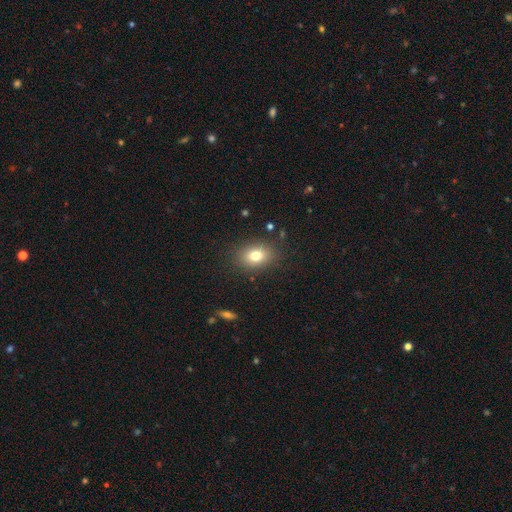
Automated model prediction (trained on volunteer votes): A smooth galaxy with no disk features (77%) that is in between round and cigar-shaped (68%).

Vote fractions:
- Smooth or featured? smooth: 77% / featured or disk: 12% / star or artifact: 11%
- How rounded? in between: 68% / round: 30% / cigar-shaped: 1%
- Merging? none: 86% / minor disturbance: 9% / major disturbance: 3% / merger: 1%